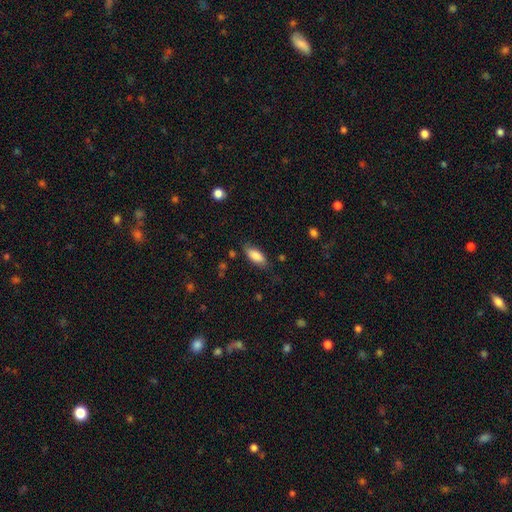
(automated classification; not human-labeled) Smooth or featured: smooth — 83% (featured or disk — 10%)
How rounded: in between — 84% (cigar-shaped — 14%)
Merging: none — 74% (minor disturbance — 20%)